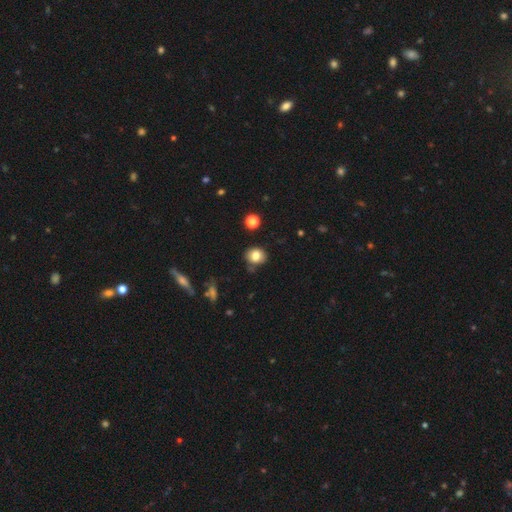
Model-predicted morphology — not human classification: type=smooth (80%); roundness=round (70%); merging=none (77%).